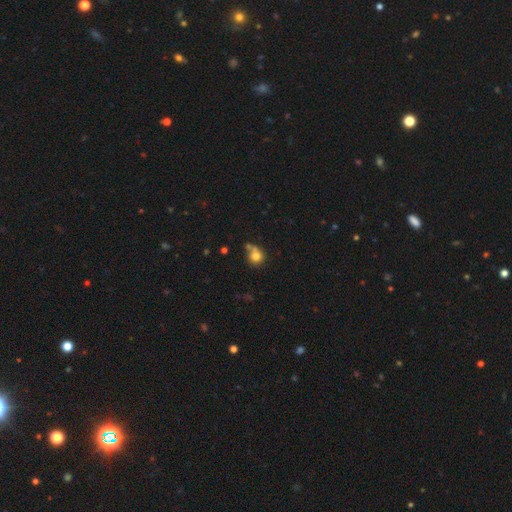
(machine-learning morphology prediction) Q: Smooth or featured?
A: smooth (79%); runner-up: star or artifact (11%)
Q: How rounded?
A: round (83%); runner-up: in between (16%)
Q: Merging?
A: none (49%); runner-up: merger (27%)